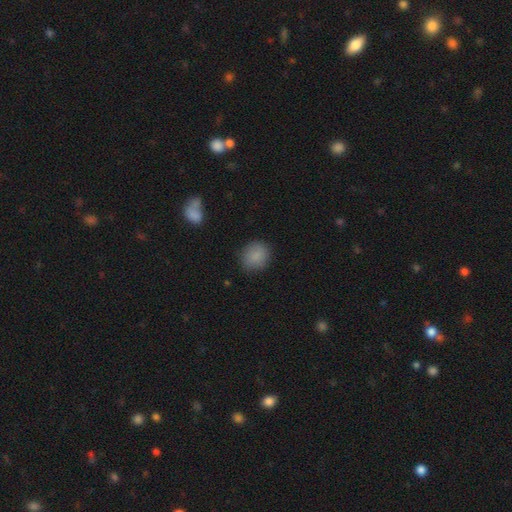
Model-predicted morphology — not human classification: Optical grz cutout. It shows a smooth galaxy with no disk features (86%) that is round (75%). Merging: none (83%).